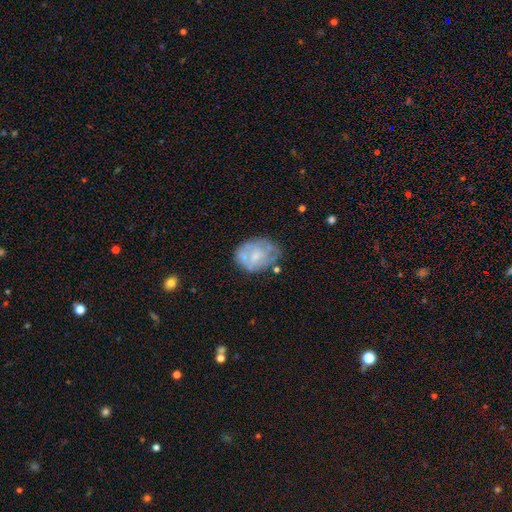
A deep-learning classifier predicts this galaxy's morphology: Overall: featured or disk (49%; smooth 44%). Merging: none (50%; minor disturbance 28%).